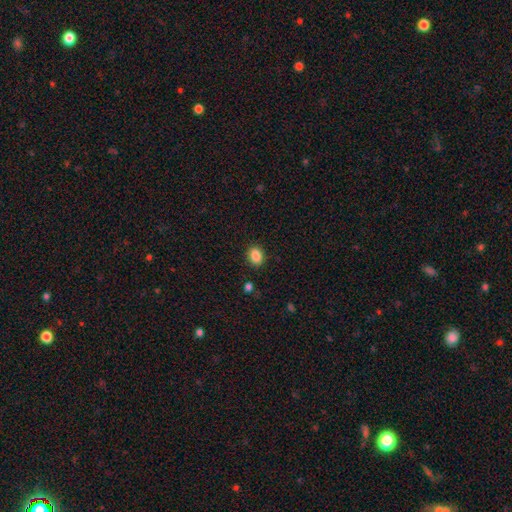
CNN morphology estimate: The model was most divided on "how rounded": in between: 60%, round: 39%, cigar-shaped: 1%. More confident: merging — none (88%); smooth or featured — smooth (87%).